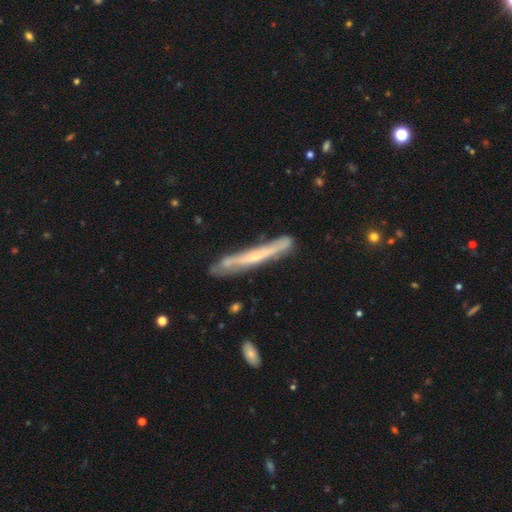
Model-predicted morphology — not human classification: Smooth or featured: featured or disk — 61% (smooth — 33%)
Edge-on disk: yes — 87% (no — 13%)
Edge-on bulge: none — 67% (rounded — 25%)
Merging: none — 73% (minor disturbance — 20%)